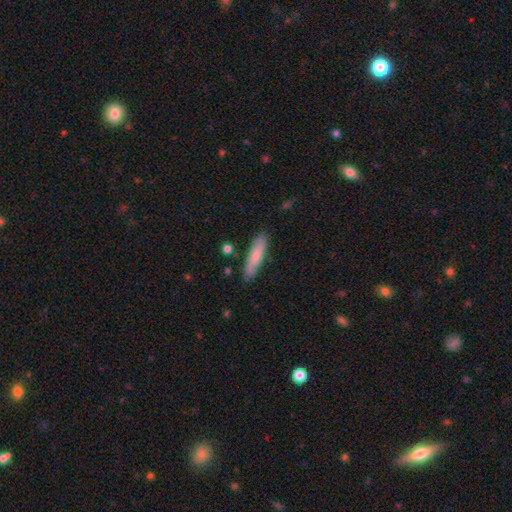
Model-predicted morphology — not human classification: Smooth or featured? smooth (76%)
How rounded? cigar-shaped (76%)
Merging? none (84%)